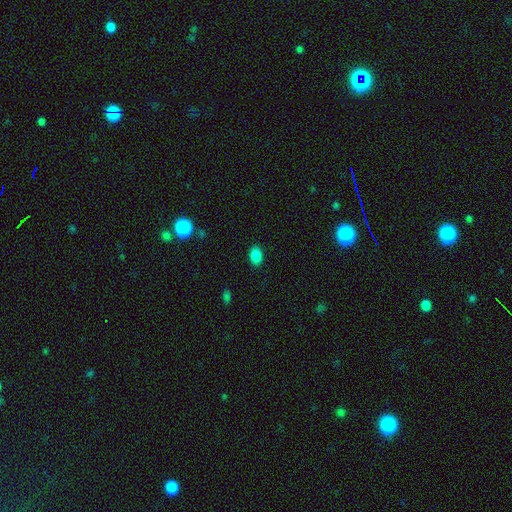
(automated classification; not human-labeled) Smooth or featured? Predicted: smooth (p=0.86). How rounded? Predicted: in between (p=0.82). Merging? Predicted: none (p=0.88).